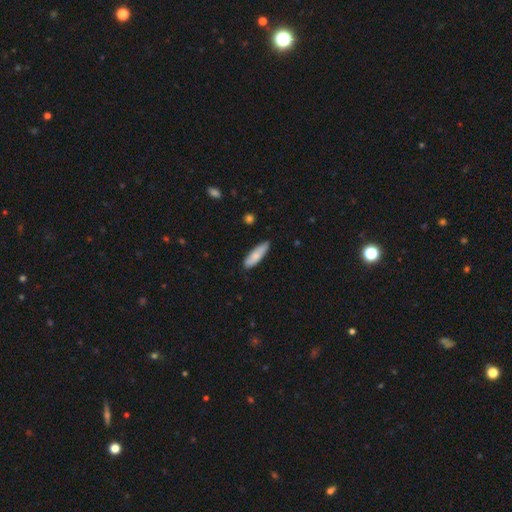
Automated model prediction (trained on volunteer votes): smooth_or_featured: smooth (p=0.82) [alt: featured or disk p=0.12]
how_rounded: cigar-shaped (p=0.51) [alt: in between p=0.48]
merging: none (p=0.82) [alt: minor disturbance p=0.14]